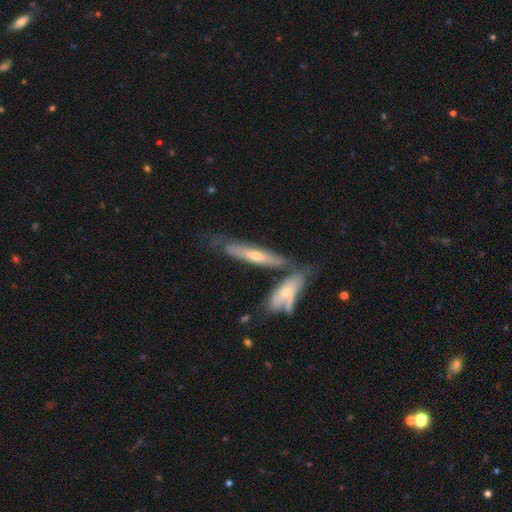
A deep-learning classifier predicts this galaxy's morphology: This is likely a featured or disk galaxy (62%). It is likely viewed edge-on (76%). Merging: possibly none (56%).